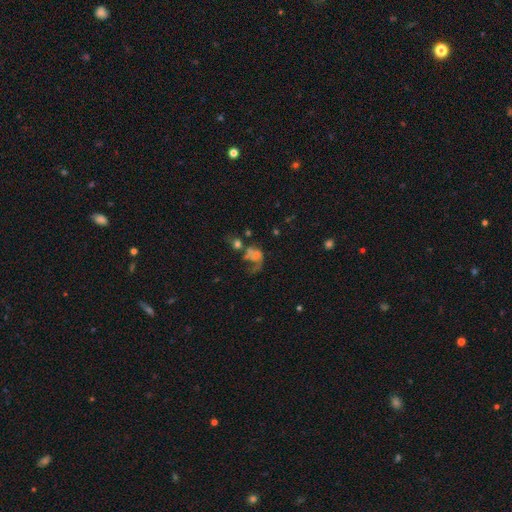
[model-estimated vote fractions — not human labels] Smooth or featured: featured or disk — 46% (smooth — 37%)
Merging: major disturbance — 45% (merger — 26%)